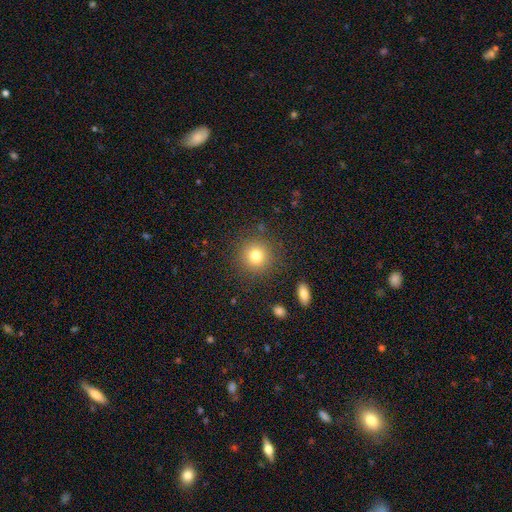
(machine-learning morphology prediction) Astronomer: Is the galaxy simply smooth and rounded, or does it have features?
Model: smooth — 79%.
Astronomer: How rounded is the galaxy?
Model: round — 93%.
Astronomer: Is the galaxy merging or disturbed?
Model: none — 87%.